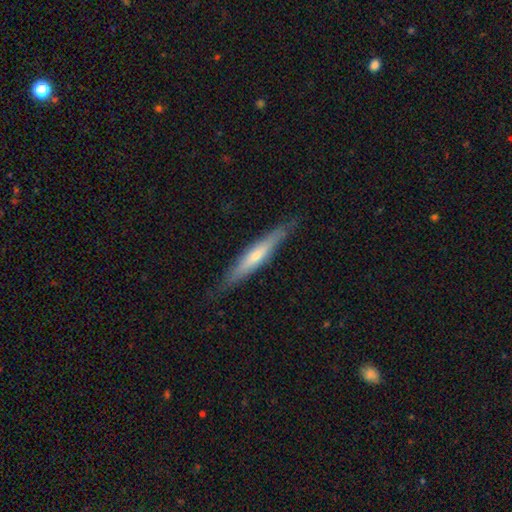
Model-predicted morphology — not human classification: Overall: featured or disk (52%; smooth 43%). Edge-on disk: yes (91%). Merging: none (85%).